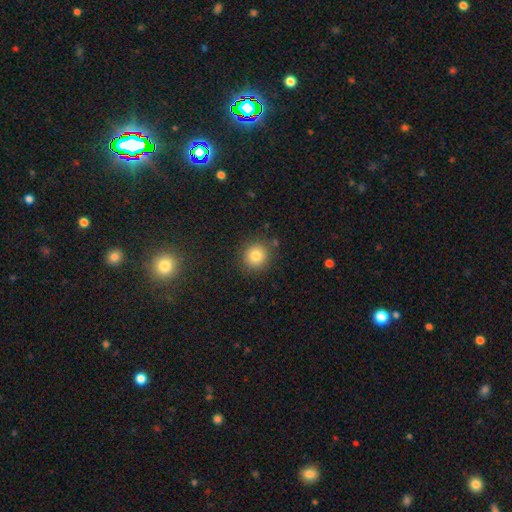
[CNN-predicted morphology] smooth 80%, star or artifact 12%, featured or disk 8%. Down the decision tree: how rounded — round (91%); merging — none (87%).